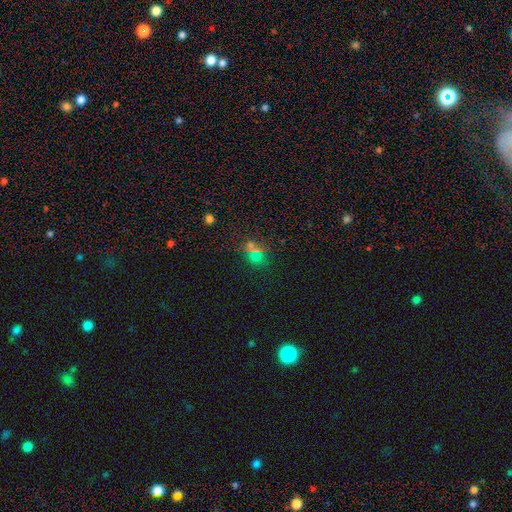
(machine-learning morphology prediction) This appears to be a smooth galaxy with no disk features (47%). Merging: none (63%).